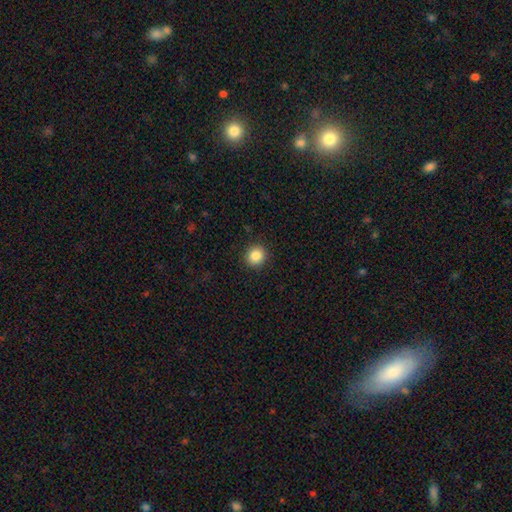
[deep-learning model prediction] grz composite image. It shows a smooth galaxy with no disk features (86%) that is round (87%). Merging: none (91%).